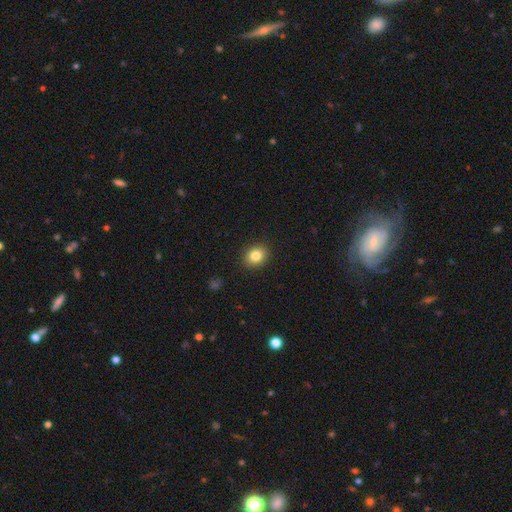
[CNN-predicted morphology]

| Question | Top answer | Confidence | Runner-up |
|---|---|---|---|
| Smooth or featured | smooth | 83% | star or artifact (10%) |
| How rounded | round | 63% | in between (36%) |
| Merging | none | 90% | minor disturbance (7%) |